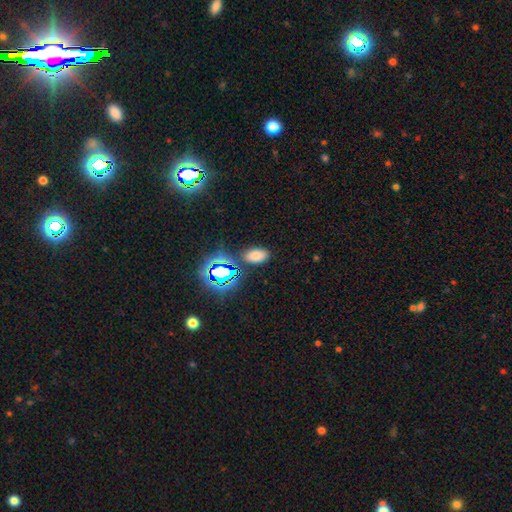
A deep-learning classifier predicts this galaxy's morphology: Smooth or featured? smooth (67%)
How rounded? in between (91%)
Merging? none (83%)